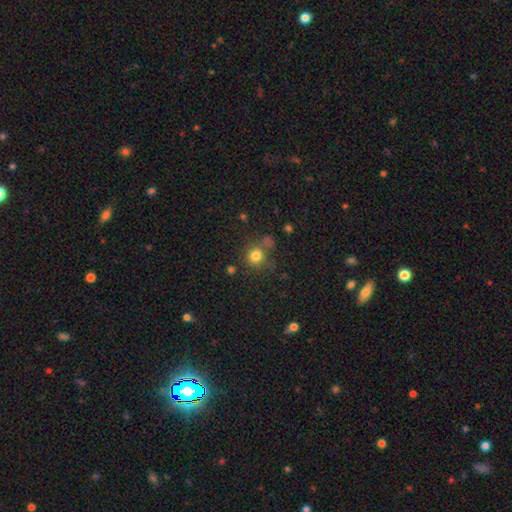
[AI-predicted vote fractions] Smooth or featured: smooth — 79% (star or artifact — 14%)
How rounded: round — 89% (in between — 10%)
Merging: none — 67% (merger — 14%)